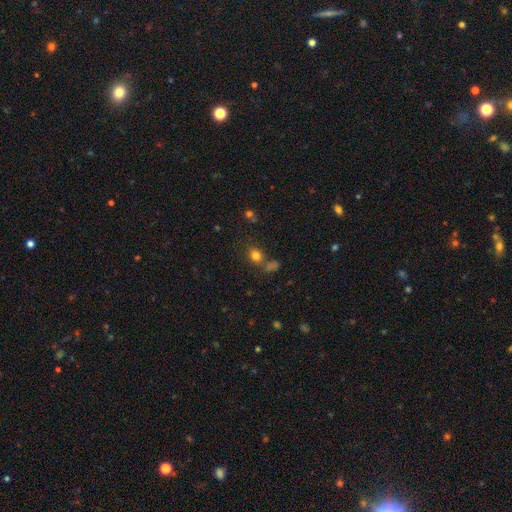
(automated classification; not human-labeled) Smooth or featured? smooth (77%)
How rounded? round (58%)
Merging? none (67%)